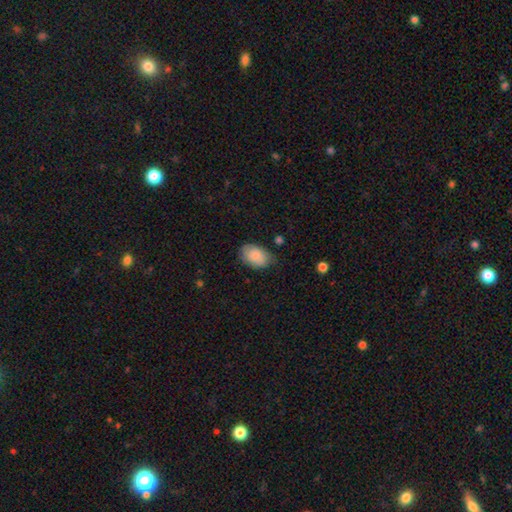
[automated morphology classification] Smooth or featured? smooth (83%)
How rounded? in between (89%)
Merging? none (68%)